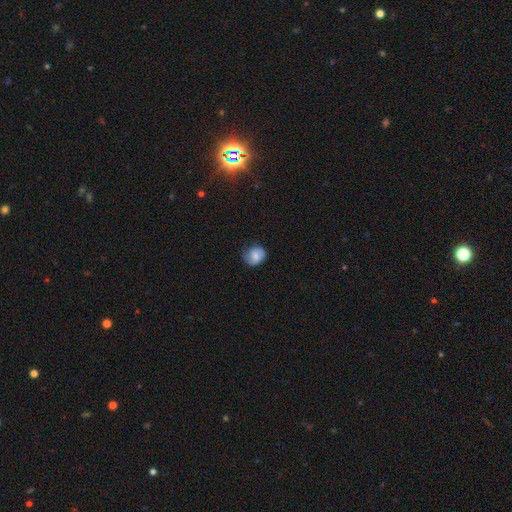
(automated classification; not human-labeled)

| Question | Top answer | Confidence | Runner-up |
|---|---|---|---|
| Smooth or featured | smooth | 62% | featured or disk (30%) |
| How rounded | round | 59% | in between (40%) |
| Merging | none | 61% | minor disturbance (29%) |